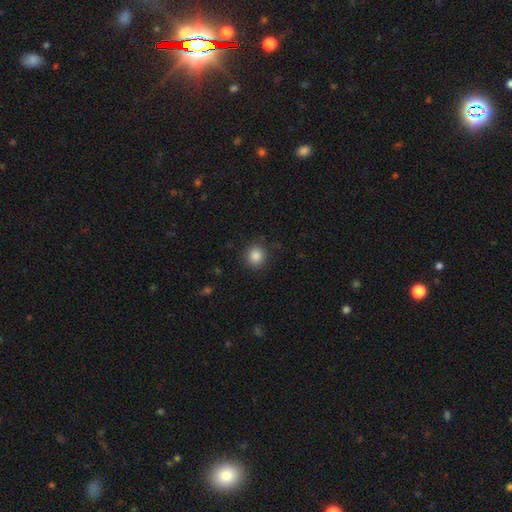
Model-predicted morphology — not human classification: This appears to be a smooth galaxy with no disk features (86%) that is round (91%). Merging: none (88%).